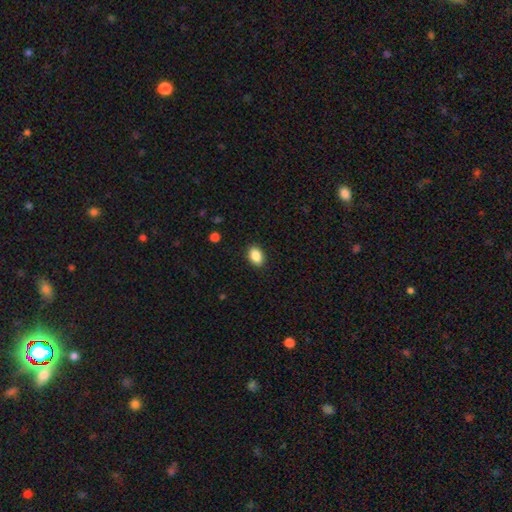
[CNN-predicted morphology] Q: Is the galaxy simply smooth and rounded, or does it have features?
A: smooth — 88%.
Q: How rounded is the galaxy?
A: in between — 84%.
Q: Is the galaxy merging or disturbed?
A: none — 90%.